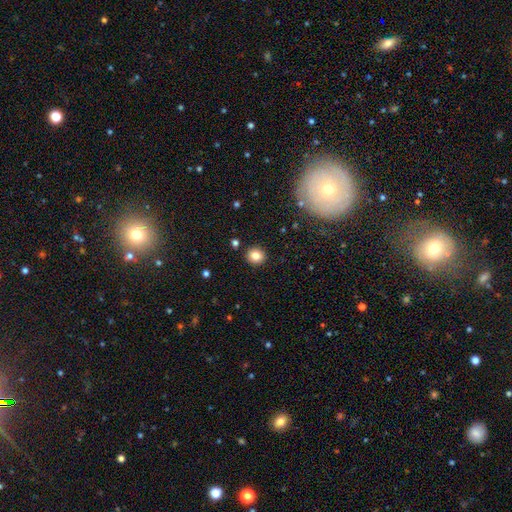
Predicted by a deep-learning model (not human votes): Q: Smooth or featured?
A: smooth (83%); runner-up: star or artifact (11%)
Q: How rounded?
A: round (86%); runner-up: in between (13%)
Q: Merging?
A: none (90%); runner-up: minor disturbance (6%)